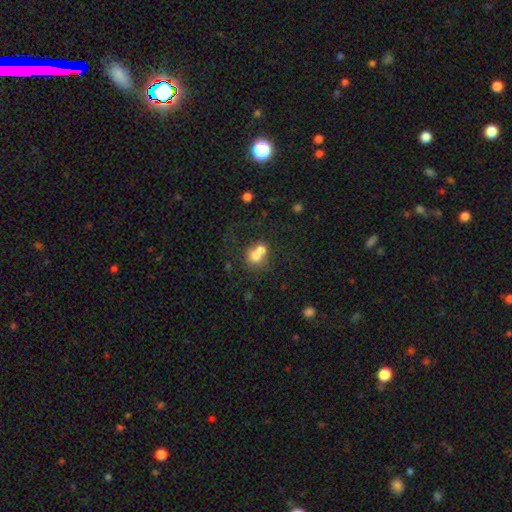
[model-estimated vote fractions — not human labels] smooth 67%, featured or disk 21%, star or artifact 12%. Down the decision tree: how rounded — round (74%); merging — merger (59%).